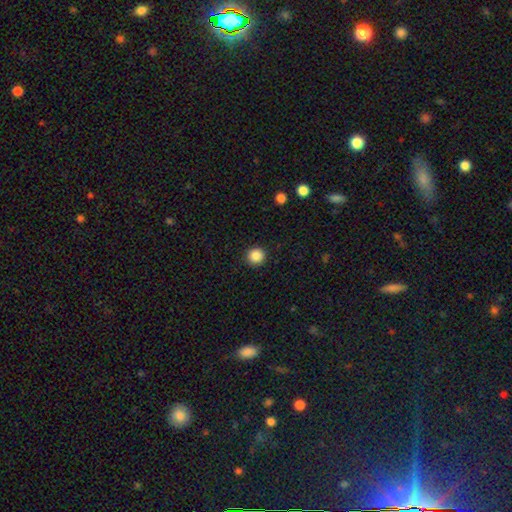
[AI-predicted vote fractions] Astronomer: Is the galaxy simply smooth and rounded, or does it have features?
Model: smooth — 87%.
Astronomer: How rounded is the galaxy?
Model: round — 94%.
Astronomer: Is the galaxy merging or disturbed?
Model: none — 92%.